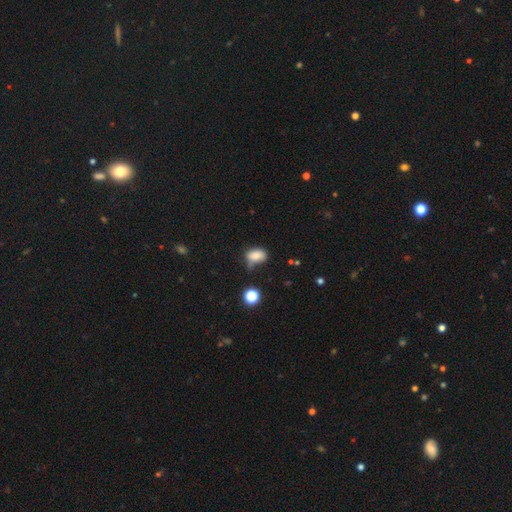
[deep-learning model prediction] Smooth or featured?
  - smooth: 81% *
  - star or artifact: 11%
  - featured or disk: 8%
How rounded?
  - in between: 81% *
  - round: 18%
  - cigar-shaped: 2%
Merging?
  - none: 46% *
  - minor disturbance: 32%
  - major disturbance: 11%
  - merger: 11%